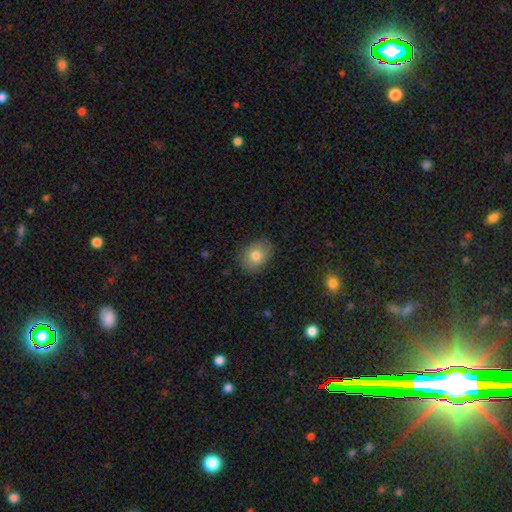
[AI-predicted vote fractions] Smooth or featured? Predicted: smooth (p=0.79). How rounded? Predicted: in between (p=0.59). Merging? Predicted: none (p=0.85).